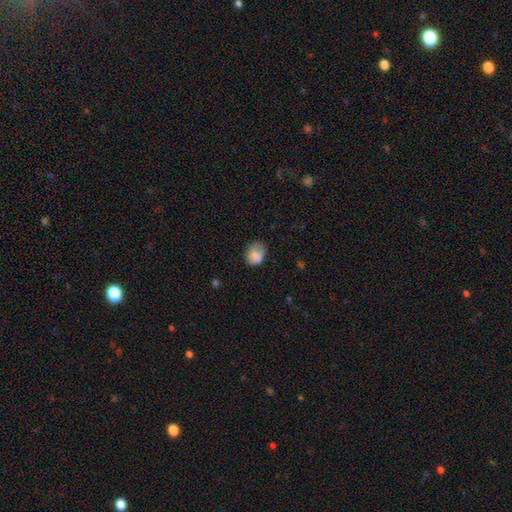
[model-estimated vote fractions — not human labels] Q: Smooth or featured?
A: smooth (79%); runner-up: featured or disk (11%)
Q: How rounded?
A: in between (51%); runner-up: round (48%)
Q: Merging?
A: none (57%); runner-up: minor disturbance (30%)